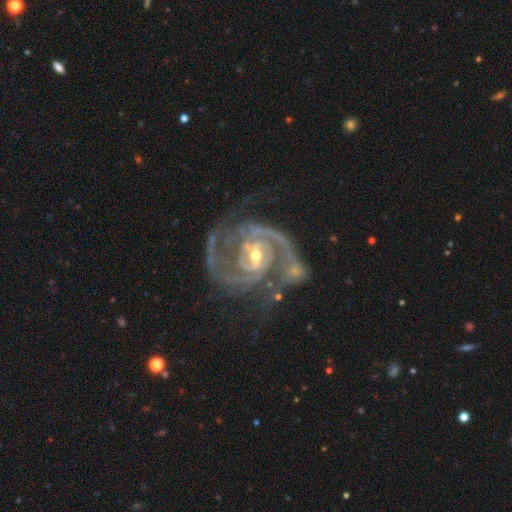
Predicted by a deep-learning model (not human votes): Smooth or featured: featured or disk — 93% (star or artifact — 4%)
Edge-on disk: no — 98% (yes — 2%)
Bar: weak — 47% (no — 27%)
Spiral arms: yes — 98% (no — 2%)
Spiral winding: tight — 50% (medium — 42%)
Spiral arm count: 2 — 65% (3 — 14%)
Bulge size: moderate — 50% (small — 46%)
Merging: none — 48% (major disturbance — 21%)